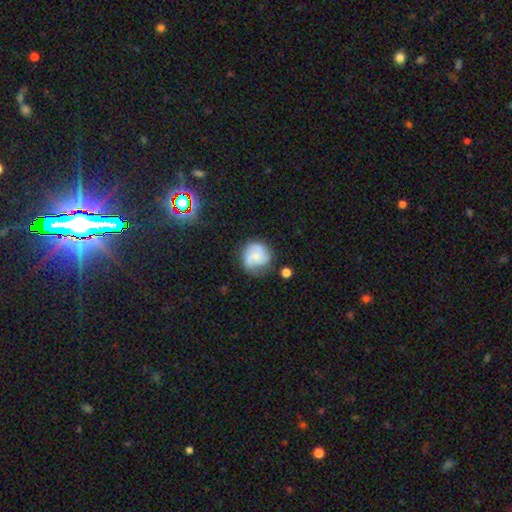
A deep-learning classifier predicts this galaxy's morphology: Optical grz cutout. It shows a featured or disk galaxy (54%) with no bar (70%), spiral arms (87%) and a small central bulge (58%). Merging: none (65%).